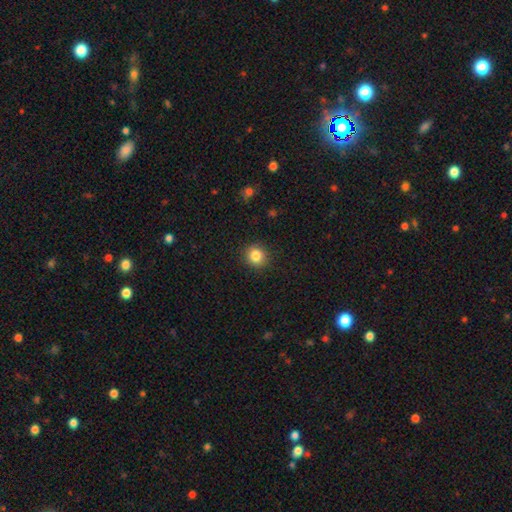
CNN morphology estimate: Overall: smooth (84%). How rounded: round (87%). Merging: none (90%).